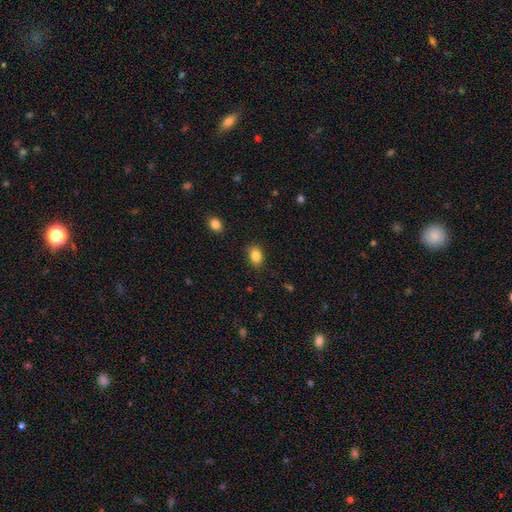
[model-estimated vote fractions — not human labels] A smooth galaxy with no disk features (85%) that is in between round and cigar-shaped (74%). Merging: none (84%).